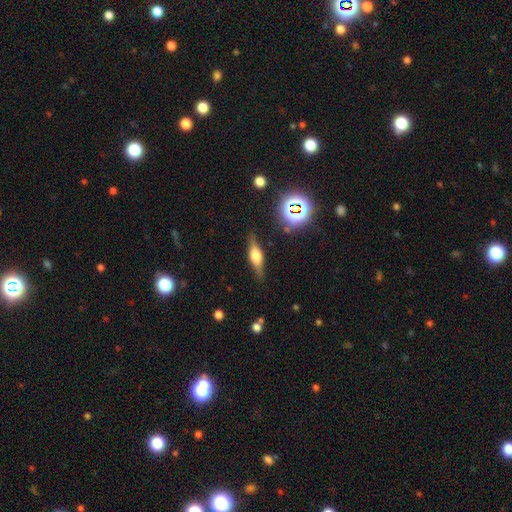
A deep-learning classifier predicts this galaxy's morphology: This appears to be a featured or disk galaxy (56%) viewed edge-on (93%) with a rounded central bulge (86%). Merging: none (83%).